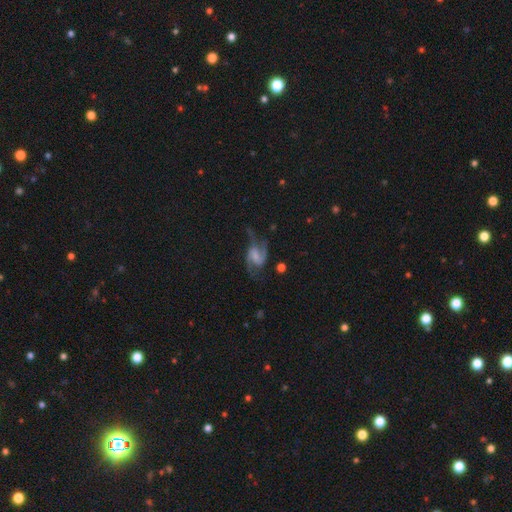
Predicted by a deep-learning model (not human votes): Smooth or featured? Predicted: featured or disk (p=0.84). Edge-on disk? Predicted: no (p=0.97). Bar? Predicted: weak (p=0.50). Spiral arms? Predicted: yes (p=0.96). Spiral winding? Predicted: medium (p=0.45, tied with loose). Spiral arm count? Predicted: 2 (p=0.87). Bulge size? Predicted: small (p=0.39). Merging? Predicted: none (p=0.57).